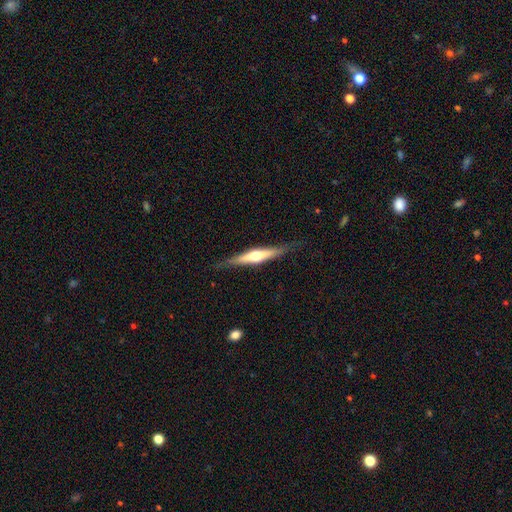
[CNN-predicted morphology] This appears to be a featured or disk galaxy (64%) viewed edge-on (96%) with a rounded central bulge (88%). Merging: none (84%).